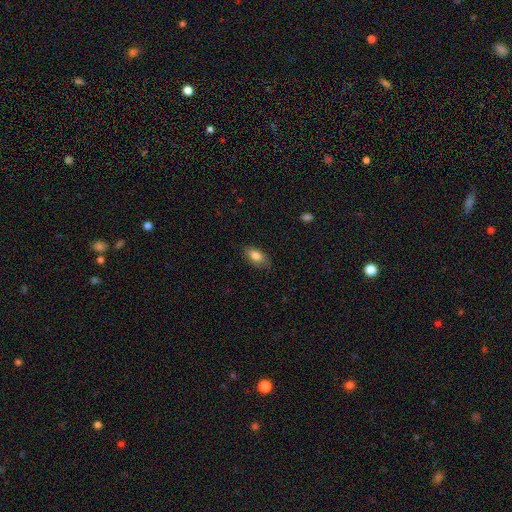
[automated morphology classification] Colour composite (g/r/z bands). It shows a smooth galaxy with no disk features (80%) that is in between round and cigar-shaped (90%). Merging: none (81%).